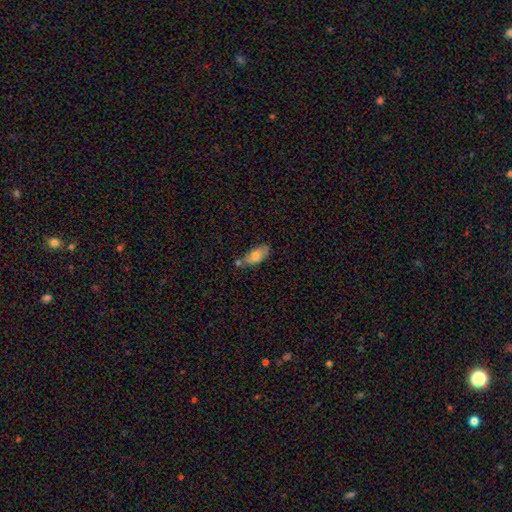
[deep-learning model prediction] This appears to be a smooth galaxy with no disk features (75%) that is in between round and cigar-shaped (89%). Merging: none (56%).